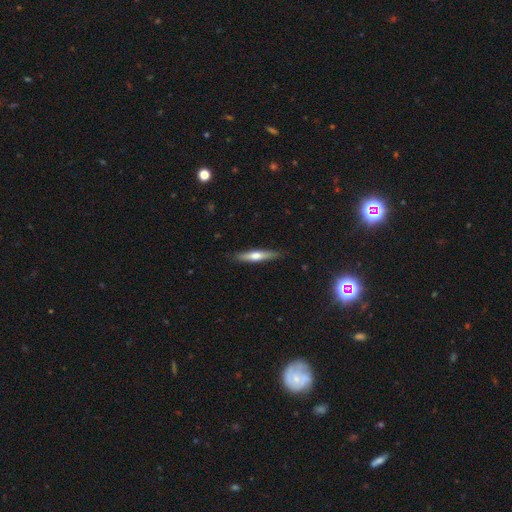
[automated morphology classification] smooth 49%, featured or disk 45%, star or artifact 5%. Down the decision tree: merging — none (87%).